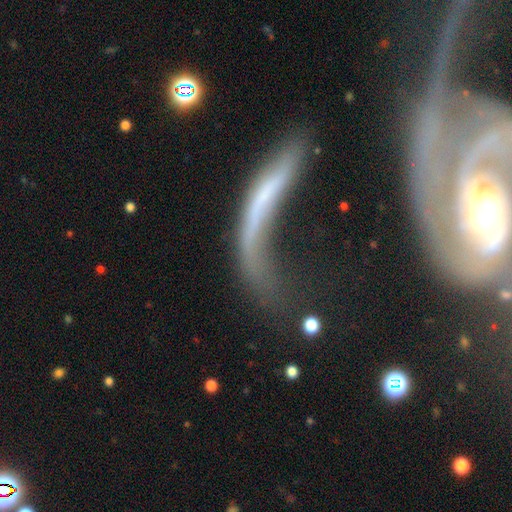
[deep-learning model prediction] Smooth or featured?
  - featured or disk: 66% *
  - smooth: 23%
  - star or artifact: 10%
Edge-on disk?
  - no: 76% *
  - yes: 24%
Bar?
  - no: 52% *
  - strong: 25%
  - weak: 23%
Spiral arms?
  - yes: 71% *
  - no: 29%
Bulge size?
  - moderate: 36% *
  - small: 33%
  - none: 20%
  - large: 7%
  - dominant: 4%
Merging?
  - major disturbance: 36% *
  - none: 25%
  - merger: 22%
  - minor disturbance: 16%